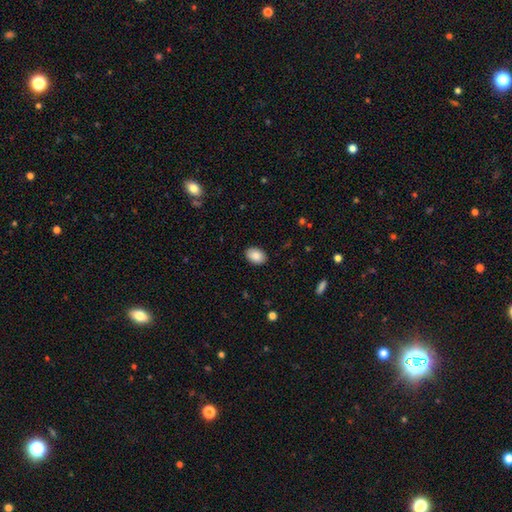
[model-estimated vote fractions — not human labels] A smooth galaxy with no disk features (88%) that is in between round and cigar-shaped (83%). Merging: none (89%).